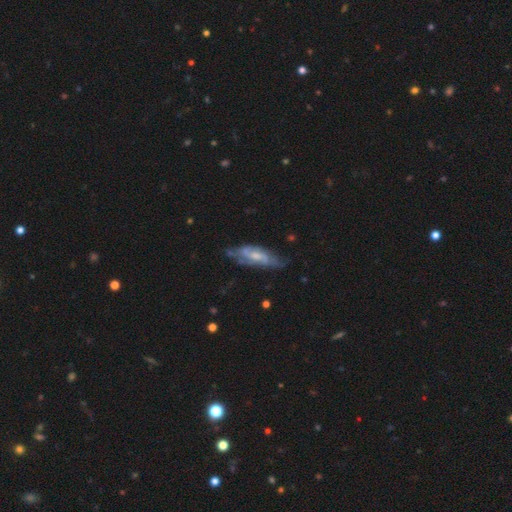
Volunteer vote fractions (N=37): Smooth or featured? 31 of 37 (84%) said featured or disk. Edge-on disk? 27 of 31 (87%) said no. Bar? 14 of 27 (52%) said no. Spiral arms? 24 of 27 (89%) said yes. Spiral winding? 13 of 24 (54%) said medium. Spiral arm count? 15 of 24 (62%) said 2. Bulge size? 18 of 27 (67%) said moderate. Merging? 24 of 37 (65%) said none.